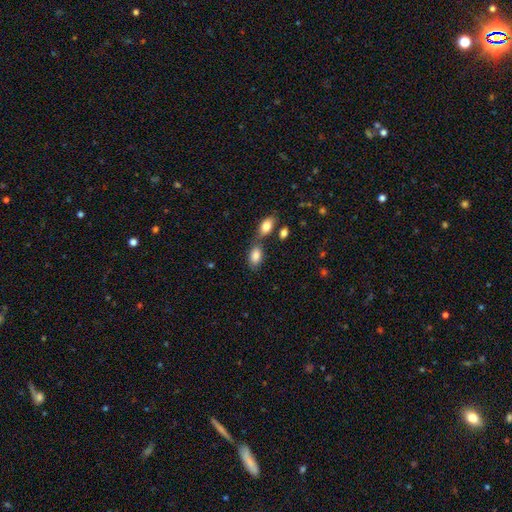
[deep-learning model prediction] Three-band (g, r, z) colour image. It shows a smooth galaxy with no disk features (85%) that is in between round and cigar-shaped (91%). Merging: none (53%).